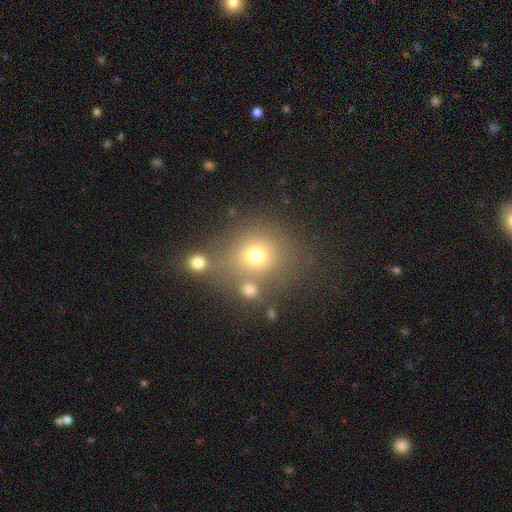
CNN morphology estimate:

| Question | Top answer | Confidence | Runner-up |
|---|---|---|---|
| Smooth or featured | smooth | 69% | star or artifact (19%) |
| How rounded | round | 79% | in between (20%) |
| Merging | none | 56% | merger (26%) |